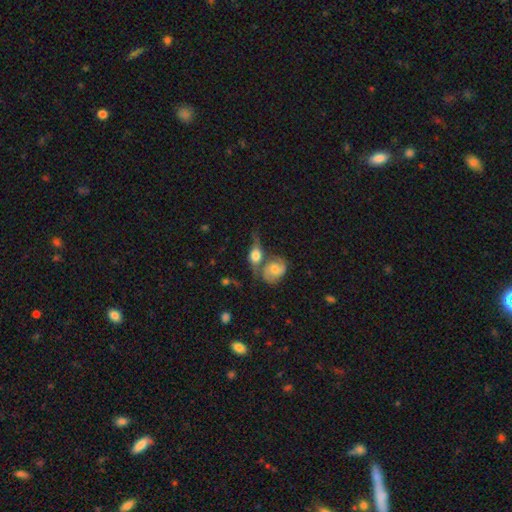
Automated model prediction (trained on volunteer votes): Overall: featured or disk (46%; smooth 45%). Merging: merger (43%; none 31%).